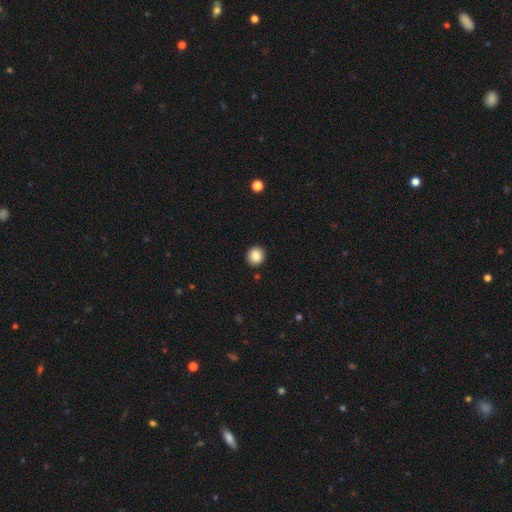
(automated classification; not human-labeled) Smooth or featured? smooth (87%)
How rounded? round (90%)
Merging? none (92%)